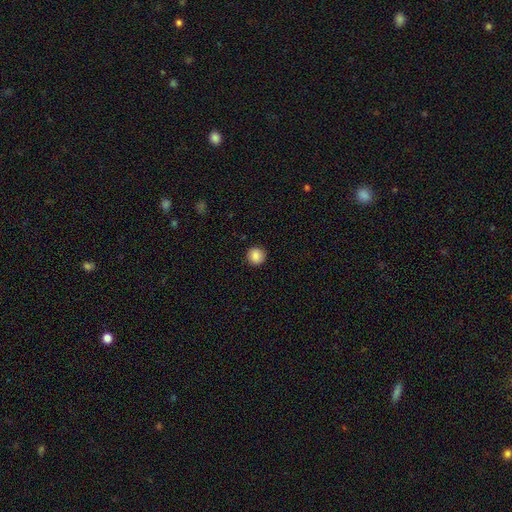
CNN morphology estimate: smooth 87%, star or artifact 9%, featured or disk 4%. Down the decision tree: how rounded — round (94%); merging — none (92%).